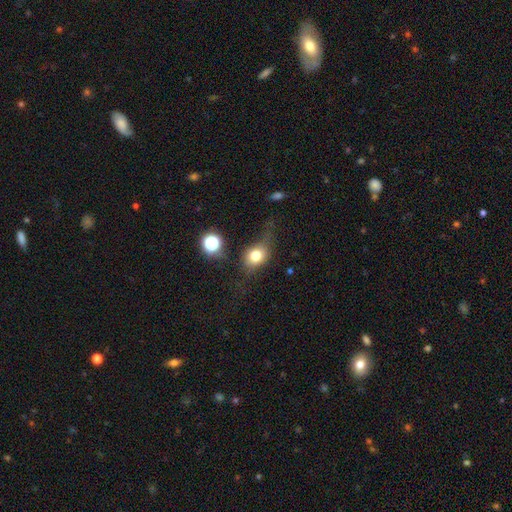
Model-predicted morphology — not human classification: The model was most divided on "how rounded": in between: 53%, round: 45%, cigar-shaped: 2%. More confident: smooth or featured — smooth (72%); merging — none (52%).